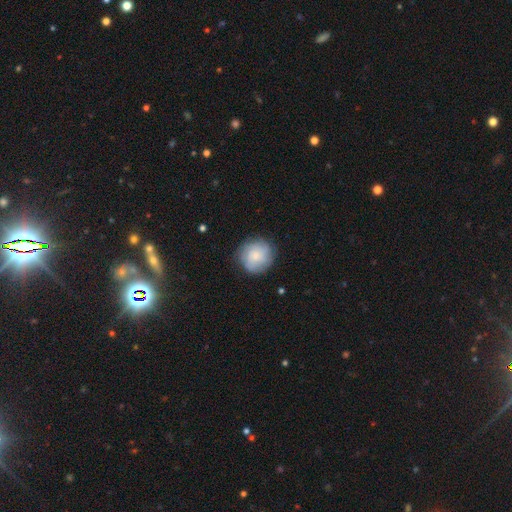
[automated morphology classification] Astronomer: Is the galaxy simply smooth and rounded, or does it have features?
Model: smooth — 71%.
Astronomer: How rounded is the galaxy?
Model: round — 91%.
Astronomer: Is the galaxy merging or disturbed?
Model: none — 79%.